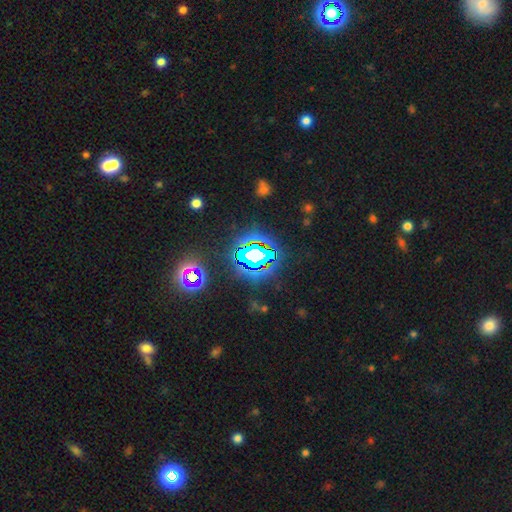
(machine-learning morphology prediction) Q: Smooth or featured?
A: star or artifact (72%); runner-up: smooth (15%)